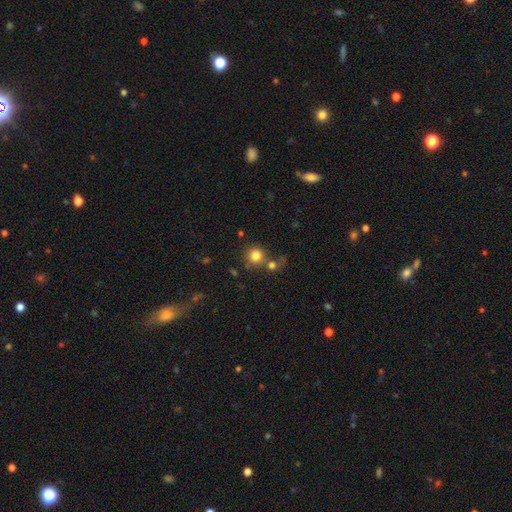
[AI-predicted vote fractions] Overall: smooth (81%). How rounded: round (91%). Merging: none (66%).